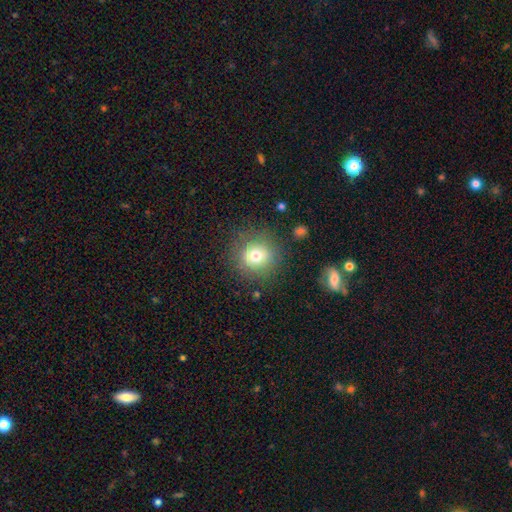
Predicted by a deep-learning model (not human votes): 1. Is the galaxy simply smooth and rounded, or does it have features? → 73% smooth, 14% featured or disk, 13% star or artifact.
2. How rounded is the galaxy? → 93% round, 6% in between, 1% cigar-shaped.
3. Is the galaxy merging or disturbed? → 83% none, 10% minor disturbance, 5% major disturbance, 2% merger.